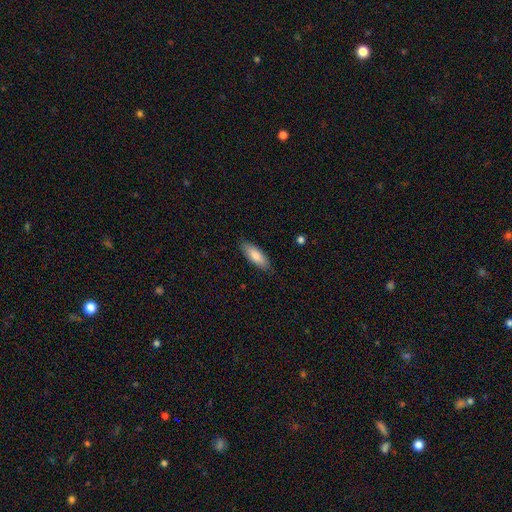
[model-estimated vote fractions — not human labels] The model was most divided on "how rounded": in between: 65%, cigar-shaped: 33%, round: 2%. More confident: merging — none (86%); smooth or featured — smooth (82%).